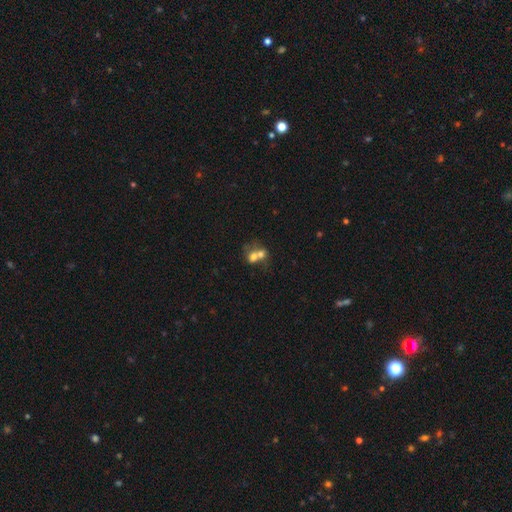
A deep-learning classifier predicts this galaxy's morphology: Q: Smooth or featured?
A: smooth (63%); runner-up: featured or disk (25%)
Q: How rounded?
A: round (57%); runner-up: in between (42%)
Q: Merging?
A: merger (70%); runner-up: none (19%)